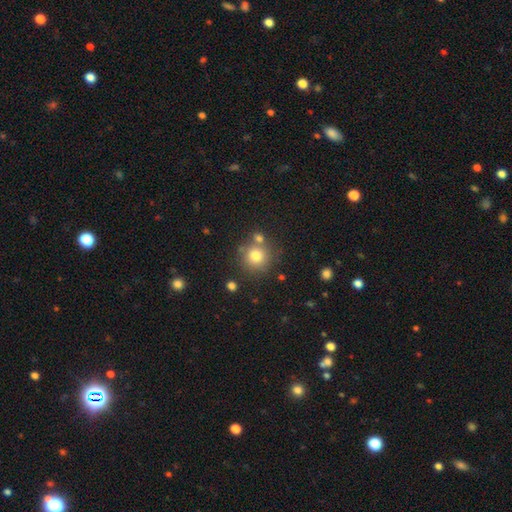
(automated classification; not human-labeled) Overall: smooth (78%). How rounded: round (91%). Merging: none (72%).